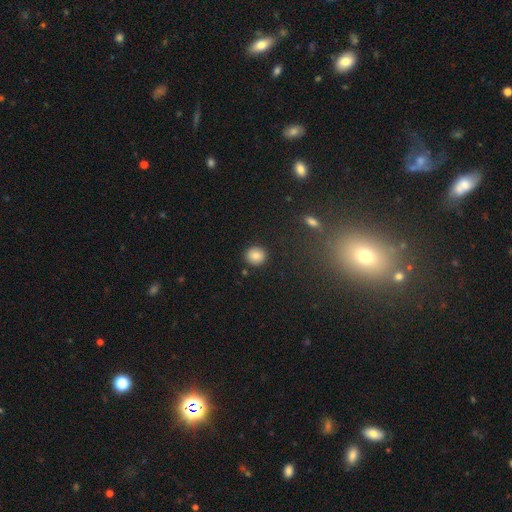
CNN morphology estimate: Smooth or featured: smooth — 82% (star or artifact — 10%)
How rounded: round — 88% (in between — 11%)
Merging: none — 90% (minor disturbance — 6%)